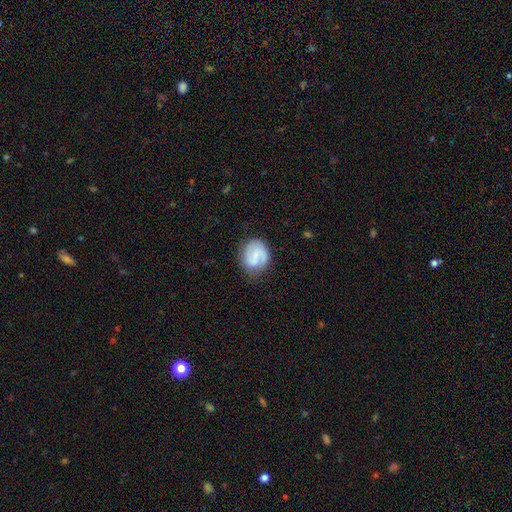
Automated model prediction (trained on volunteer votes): smooth-or-featured: smooth: 47% | featured or disk: 46% | star or artifact: 7%
  merging: none: 66% | minor disturbance: 23% | major disturbance: 9% | merger: 2%